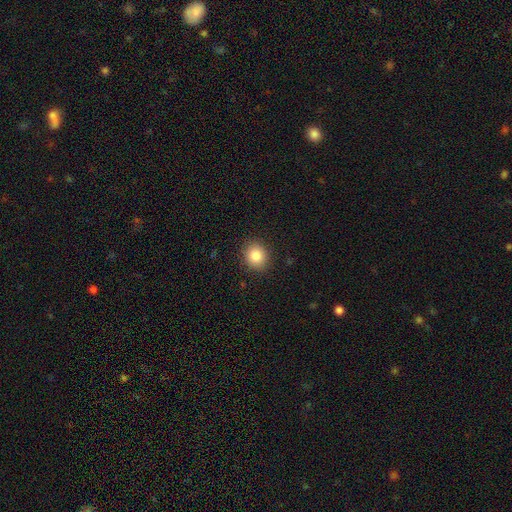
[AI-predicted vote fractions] Smooth or featured? smooth (84%)
How rounded? round (78%)
Merging? none (90%)